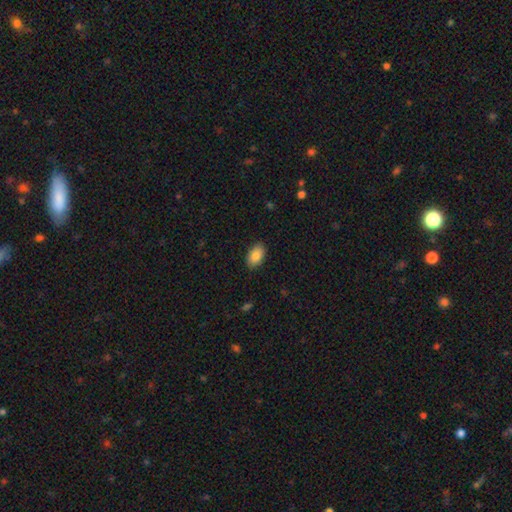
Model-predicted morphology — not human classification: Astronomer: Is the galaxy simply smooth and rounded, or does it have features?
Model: smooth — 85%.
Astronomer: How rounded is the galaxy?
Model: in between — 92%.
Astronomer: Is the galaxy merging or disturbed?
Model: none — 88%.